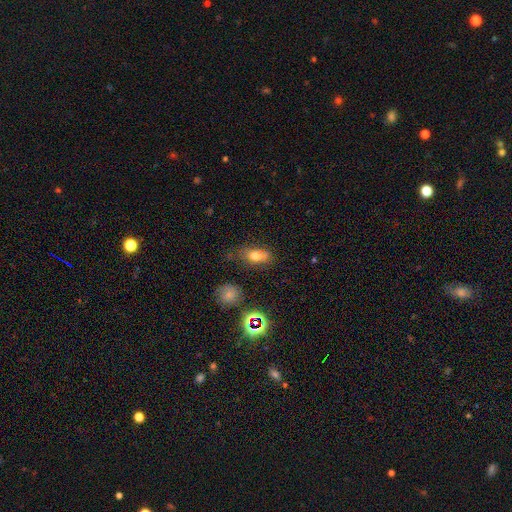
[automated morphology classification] Smooth or featured? Predicted: smooth (p=0.70). How rounded? Predicted: in between (p=0.80). Merging? Predicted: none (p=0.56).